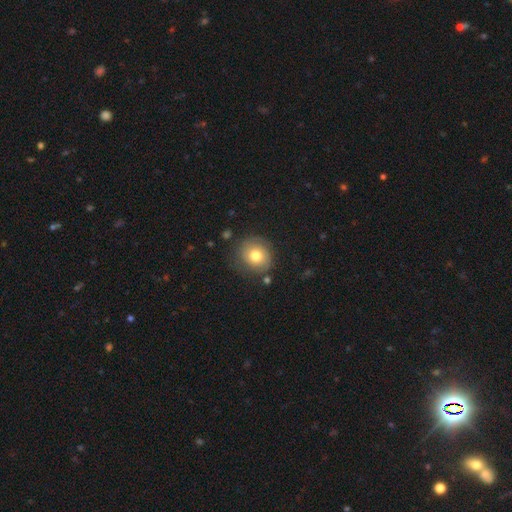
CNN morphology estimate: Smooth or featured? Predicted: smooth (p=0.71). How rounded? Predicted: round (p=0.80). Merging? Predicted: none (p=0.77).